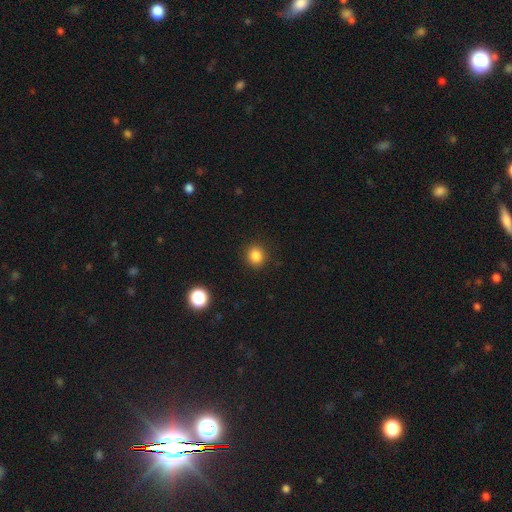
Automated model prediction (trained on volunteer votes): Smooth or featured? Predicted: smooth (p=0.85). How rounded? Predicted: round (p=0.81). Merging? Predicted: none (p=0.91).